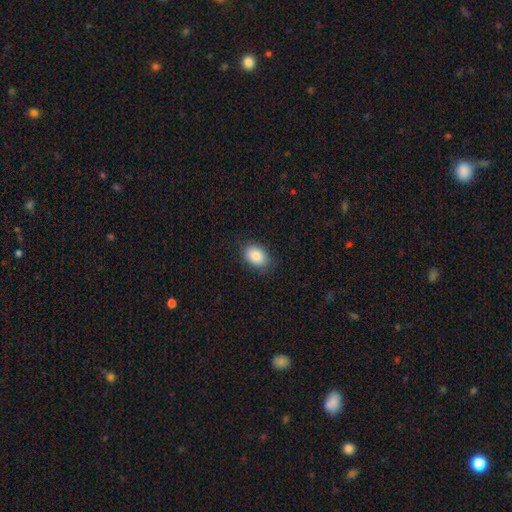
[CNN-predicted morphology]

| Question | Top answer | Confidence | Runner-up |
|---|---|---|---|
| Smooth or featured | smooth | 87% | star or artifact (8%) |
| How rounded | in between | 82% | round (17%) |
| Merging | none | 83% | minor disturbance (13%) |